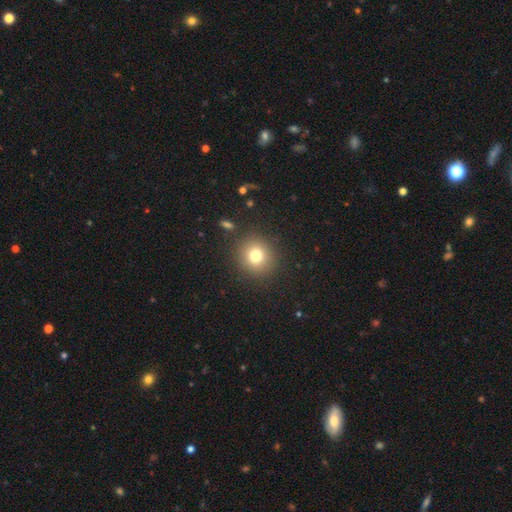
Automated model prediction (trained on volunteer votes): Smooth or featured? Predicted: smooth (p=0.77). How rounded? Predicted: round (p=0.88). Merging? Predicted: none (p=0.89).